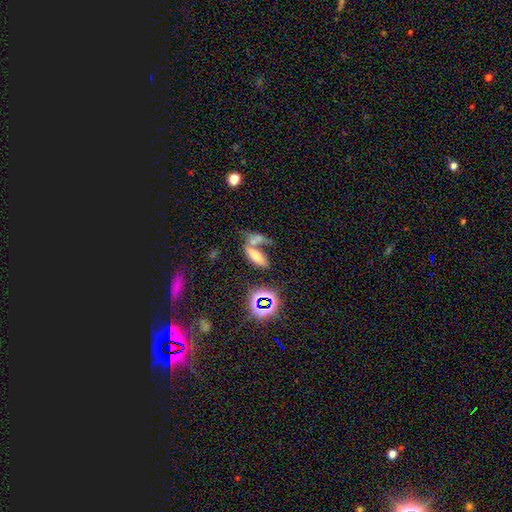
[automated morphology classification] Overall: smooth (62%; star or artifact 22%). How rounded: in between (67%; cigar-shaped 27%). Merging: merger (54%; none 29%).